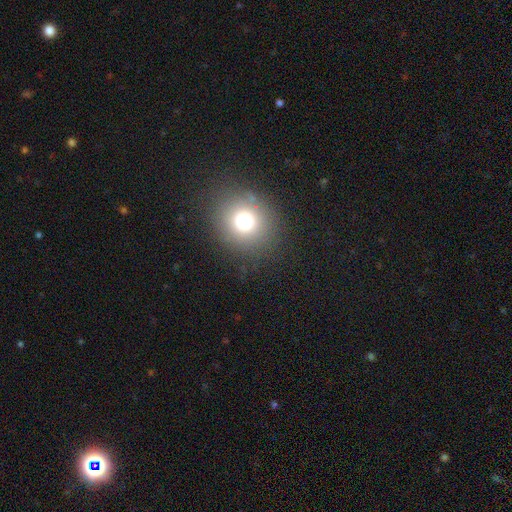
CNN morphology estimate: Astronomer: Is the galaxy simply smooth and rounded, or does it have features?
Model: smooth — 70%.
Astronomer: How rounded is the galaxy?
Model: round — 86%.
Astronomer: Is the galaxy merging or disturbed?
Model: none — 92%.